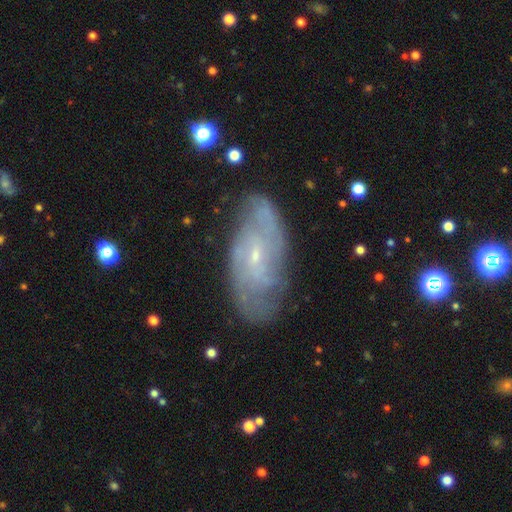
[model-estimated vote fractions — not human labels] featured or disk 79%, smooth 14%, star or artifact 7%. Down the decision tree: edge-on disk — no (93%); bar — no (49%); spiral arms — yes (90%); spiral arm count — can't tell (42%); spiral winding — tight (50%); bulge size — small (83%); merging — none (73%).